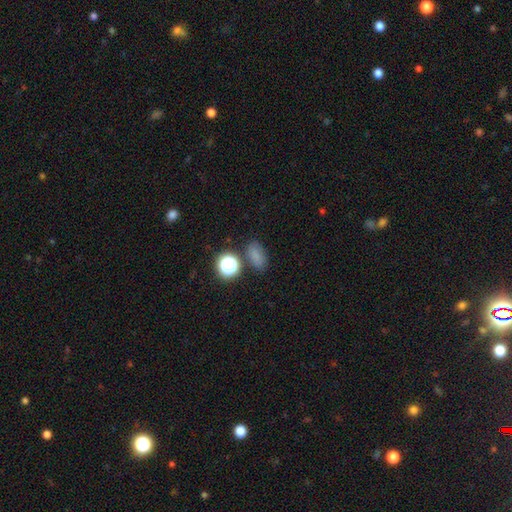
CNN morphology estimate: Smooth or featured: smooth — 74% (star or artifact — 20%)
How rounded: in between — 78% (round — 19%)
Merging: none — 76% (minor disturbance — 14%)